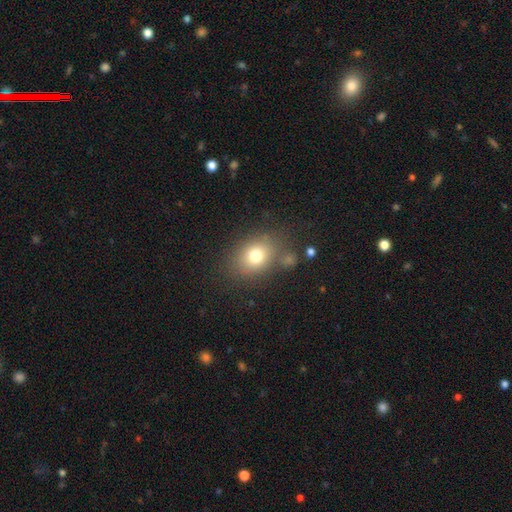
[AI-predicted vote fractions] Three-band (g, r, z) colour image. It shows a smooth galaxy with no disk features (76%) that is in between round and cigar-shaped (55%). Merging: none (72%).